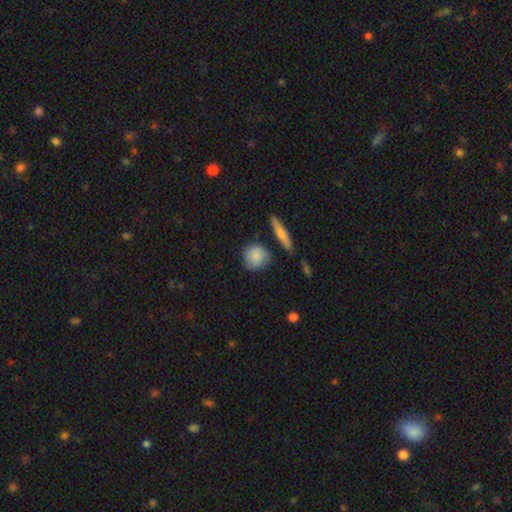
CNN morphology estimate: Overall: smooth (71%). How rounded: round (79%). Merging: none (71%).